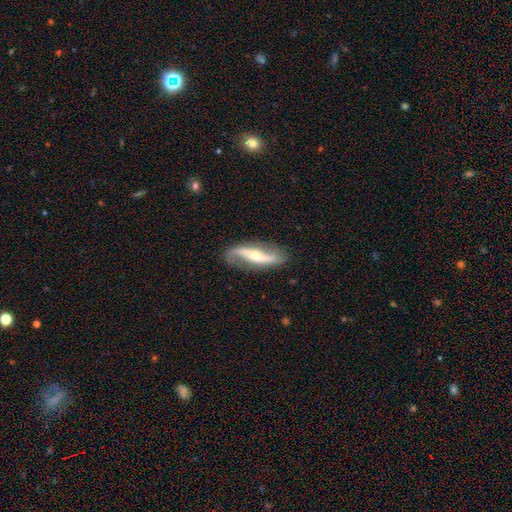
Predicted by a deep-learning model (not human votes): smooth_or_featured: featured or disk (p=0.82) [alt: smooth p=0.13]
disk_edge_on: no (p=0.85) [alt: yes p=0.15]
bar: strong (p=0.40) [alt: no p=0.35]
has_spiral_arms: yes (p=0.93) [alt: no p=0.07]
spiral_winding: loose (p=0.74) [alt: medium p=0.18]
spiral_arm_count: 2 (p=0.90) [alt: 1 p=0.04]
bulge_size: small (p=0.50) [alt: moderate p=0.44]
merging: none (p=0.80) [alt: minor disturbance p=0.14]